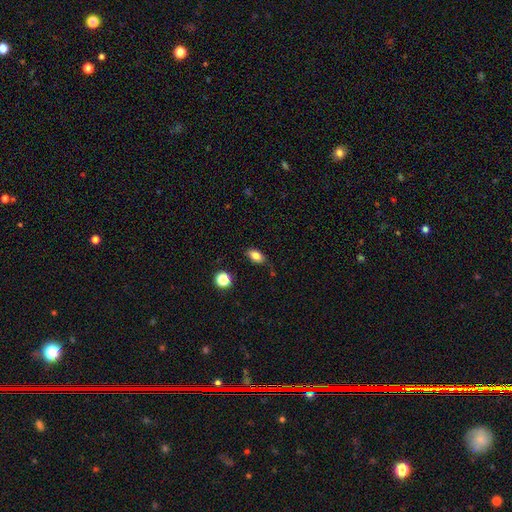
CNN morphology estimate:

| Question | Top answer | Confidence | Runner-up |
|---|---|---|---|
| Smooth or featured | smooth | 83% | star or artifact (10%) |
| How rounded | in between | 85% | round (11%) |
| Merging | none | 76% | minor disturbance (18%) |